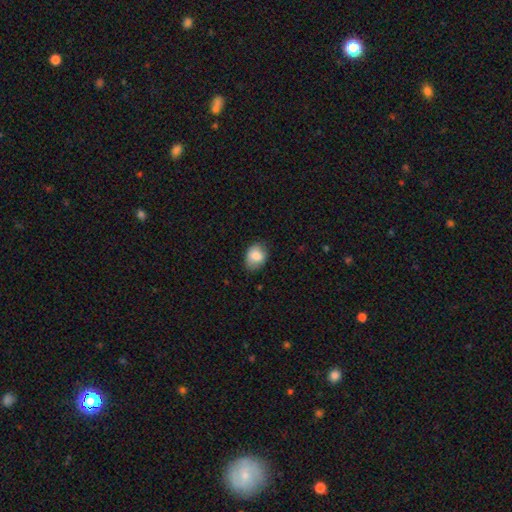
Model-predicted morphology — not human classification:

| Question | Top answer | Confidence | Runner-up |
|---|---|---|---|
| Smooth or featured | smooth | 83% | featured or disk (9%) |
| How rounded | in between | 56% | round (43%) |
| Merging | none | 73% | minor disturbance (21%) |